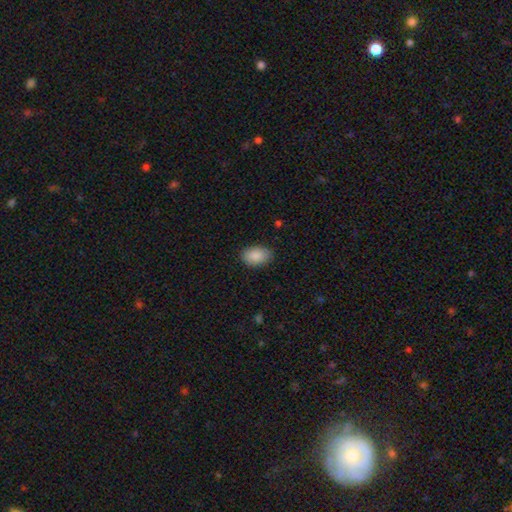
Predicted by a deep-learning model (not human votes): Smooth or featured: smooth — 89% (star or artifact — 7%)
How rounded: in between — 89% (round — 10%)
Merging: none — 86% (minor disturbance — 11%)